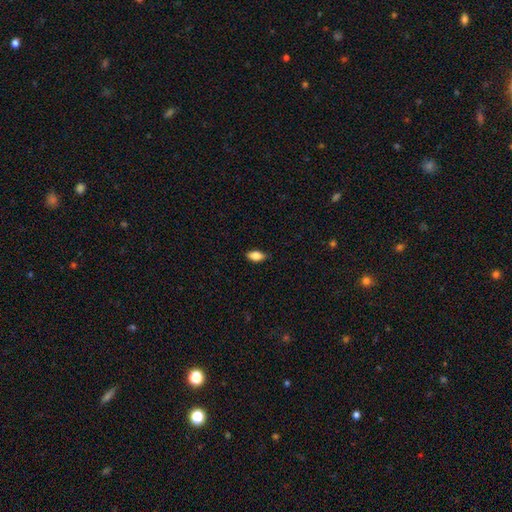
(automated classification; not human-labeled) Smooth or featured?
  - smooth: 84% *
  - featured or disk: 8%
  - star or artifact: 8%
How rounded?
  - in between: 90% *
  - round: 5%
  - cigar-shaped: 5%
Merging?
  - none: 84% *
  - minor disturbance: 12%
  - major disturbance: 2%
  - merger: 1%